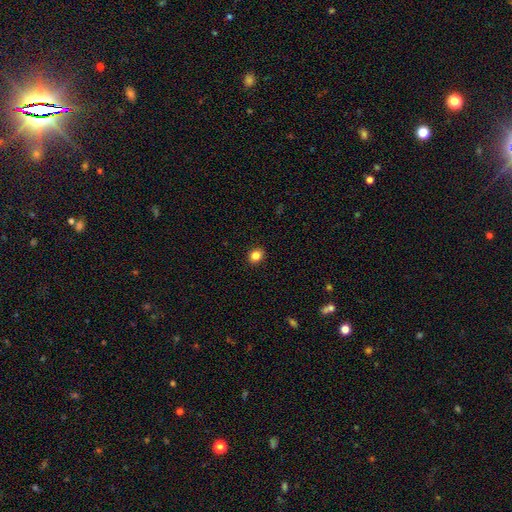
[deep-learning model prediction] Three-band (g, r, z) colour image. It shows a smooth galaxy with no disk features (85%) that is round (70%). Merging: none (92%).